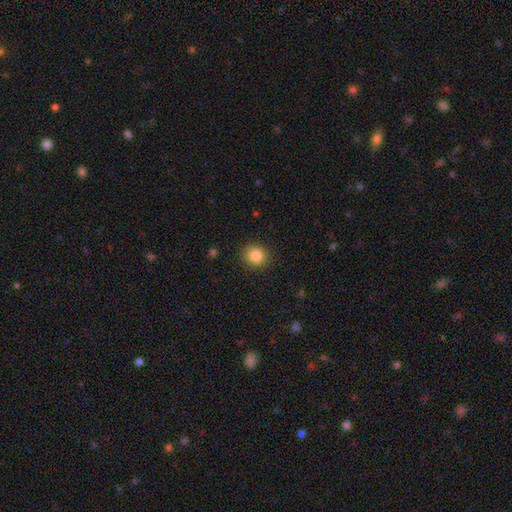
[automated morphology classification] The model was most divided on "how rounded": round: 84%, in between: 15%, cigar-shaped: 1%. More confident: merging — none (89%); smooth or featured — smooth (85%).